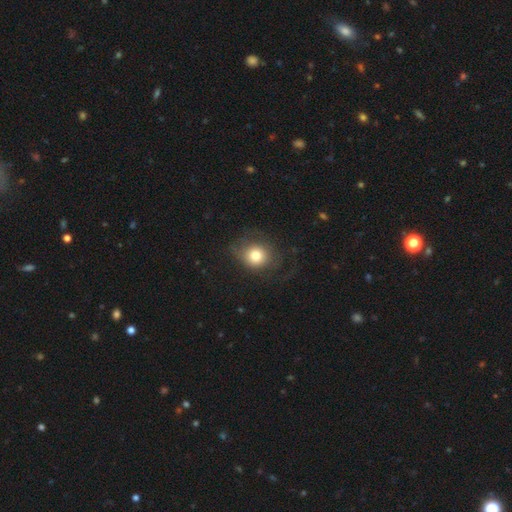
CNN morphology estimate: smooth-or-featured: smooth: 76% | featured or disk: 13% | star or artifact: 11%
  how-rounded: round: 78% | in between: 21% | cigar-shaped: 1%
  merging: none: 64% | minor disturbance: 20% | major disturbance: 15% | merger: 1%